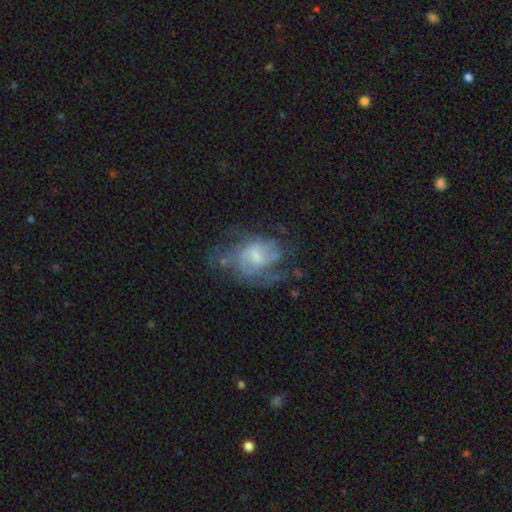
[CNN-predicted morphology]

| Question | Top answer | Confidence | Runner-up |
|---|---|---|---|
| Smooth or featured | featured or disk | 71% | smooth (21%) |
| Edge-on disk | no | 97% | yes (3%) |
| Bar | no | 54% | weak (40%) |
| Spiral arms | yes | 77% | no (23%) |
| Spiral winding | medium | 44% | tight (32%) |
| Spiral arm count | can't tell | 42% | 2 (26%) |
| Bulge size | small | 50% | moderate (31%) |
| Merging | none | 43% | major disturbance (31%) |